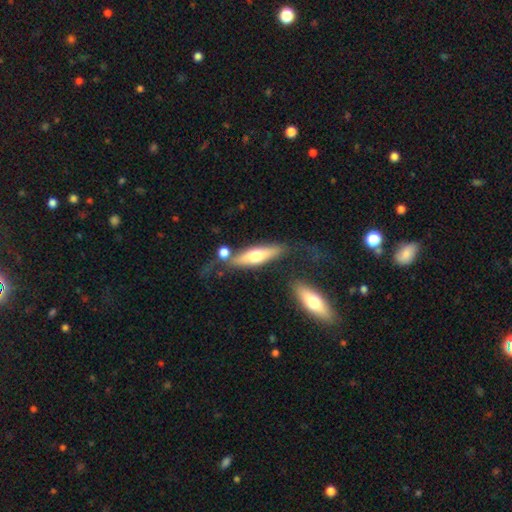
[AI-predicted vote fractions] Smooth or featured: featured or disk — 47% (tied with smooth — 47%)
Merging: none — 64% (minor disturbance — 17%)